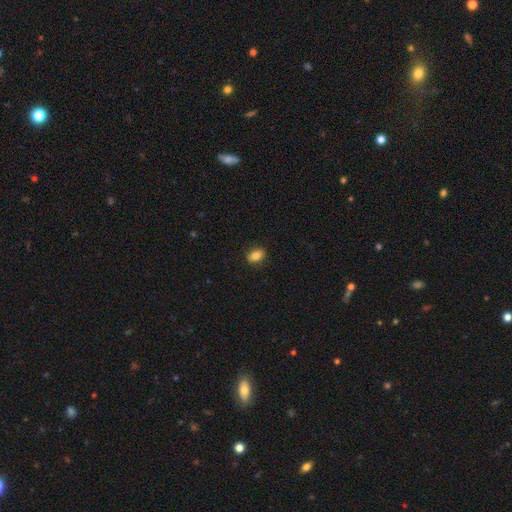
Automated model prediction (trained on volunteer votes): Smooth or featured?
  - smooth: 83% *
  - featured or disk: 9%
  - star or artifact: 9%
How rounded?
  - in between: 82% *
  - round: 15%
  - cigar-shaped: 3%
Merging?
  - none: 88% *
  - minor disturbance: 9%
  - major disturbance: 2%
  - merger: 1%